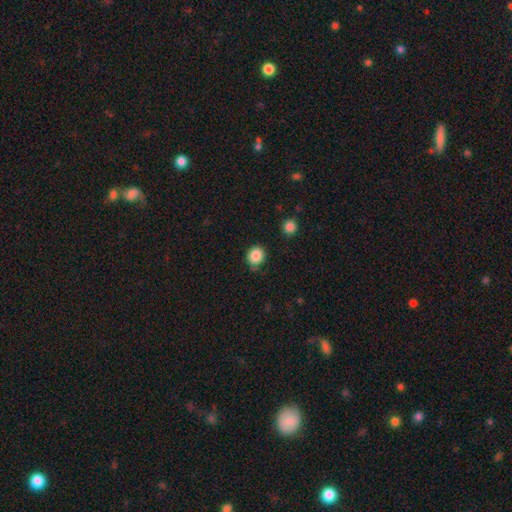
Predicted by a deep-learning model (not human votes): Overall: smooth (87%). How rounded: round (81%). Merging: none (79%).